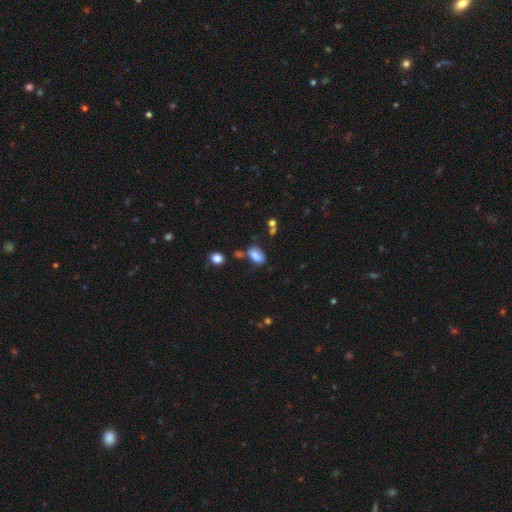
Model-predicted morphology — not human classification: smooth 83%, star or artifact 10%, featured or disk 7%. Down the decision tree: how rounded — in between (90%); merging — none (60%).